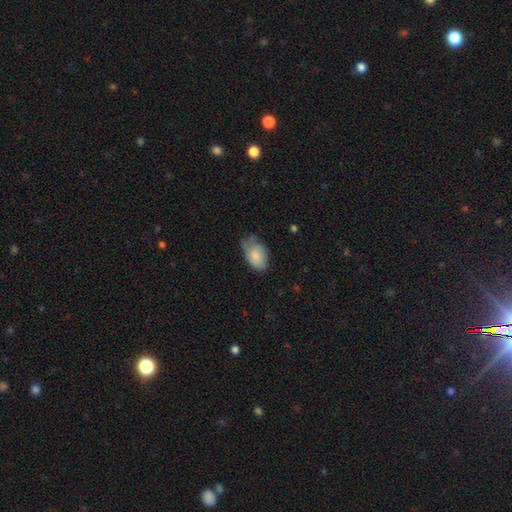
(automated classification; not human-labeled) Smooth or featured?
  - smooth: 82% *
  - featured or disk: 12%
  - star or artifact: 6%
How rounded?
  - in between: 92% *
  - round: 7%
  - cigar-shaped: 1%
Merging?
  - minor disturbance: 43% *
  - none: 42%
  - major disturbance: 14%
  - merger: 2%